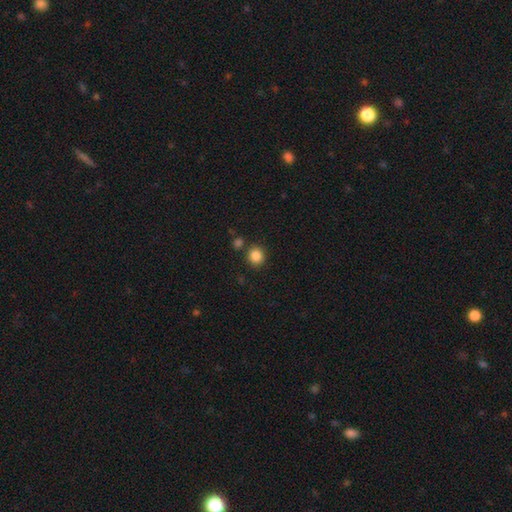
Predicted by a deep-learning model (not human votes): Morphology: type=smooth (85%); roundness=round (86%); merging=none (83%).